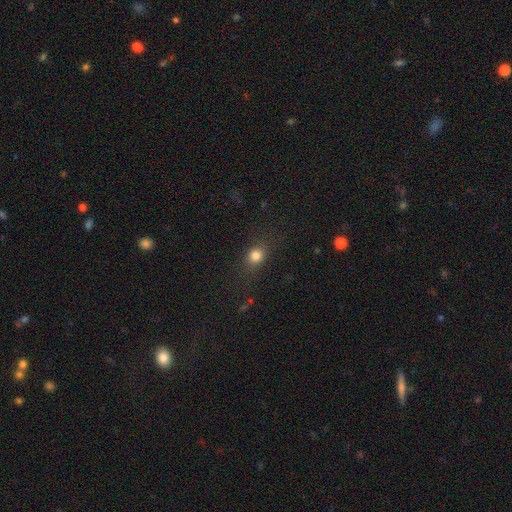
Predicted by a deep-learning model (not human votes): Smooth or featured? Predicted: smooth (p=0.78). How rounded? Predicted: round (p=0.63). Merging? Predicted: none (p=0.78).